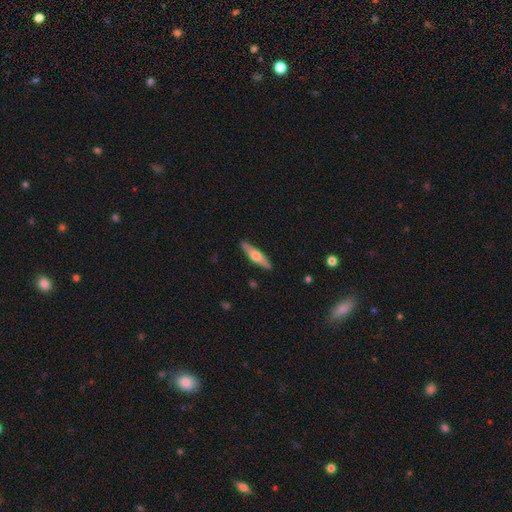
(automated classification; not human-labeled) This is possibly a featured or disk galaxy (50%). It is clearly viewed edge-on (92%). Merging: clearly none (89%).